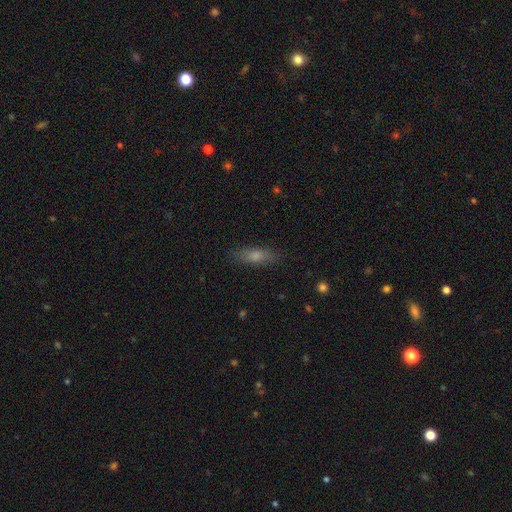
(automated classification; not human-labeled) Overall: smooth (72%). How rounded: in between (54%; cigar-shaped 43%). Merging: none (85%).